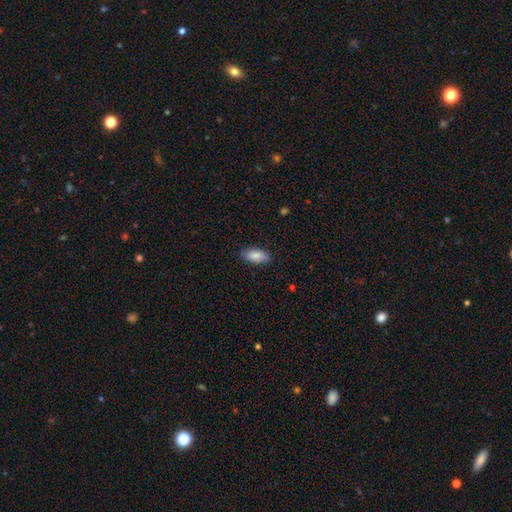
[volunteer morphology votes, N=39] type=smooth (90%); roundness=in between (86%); merging=none (84%).